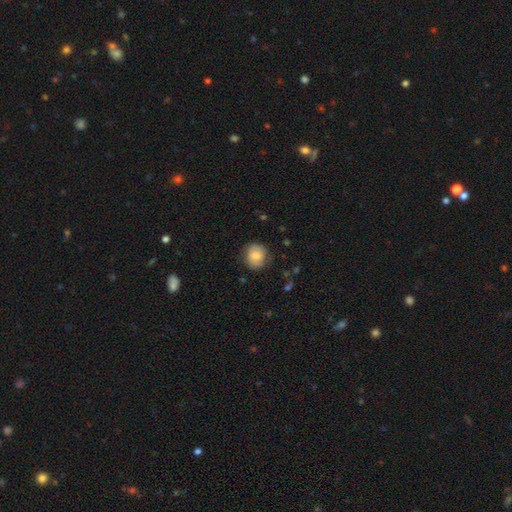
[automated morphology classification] This appears to be a smooth galaxy with no disk features (76%) that is round (81%). Merging: none (78%).